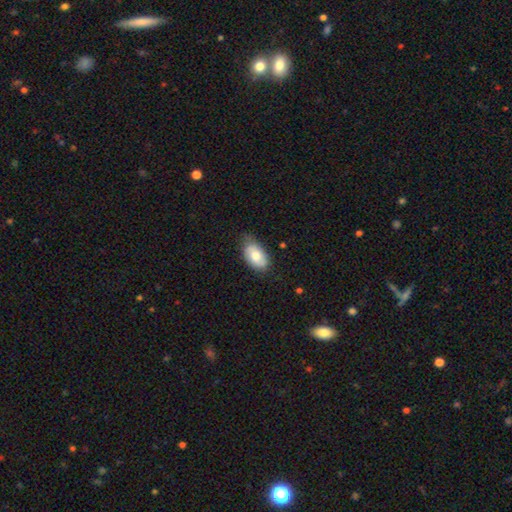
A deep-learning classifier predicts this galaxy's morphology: type=smooth (75%); roundness=in between (93%); merging=none (67%).